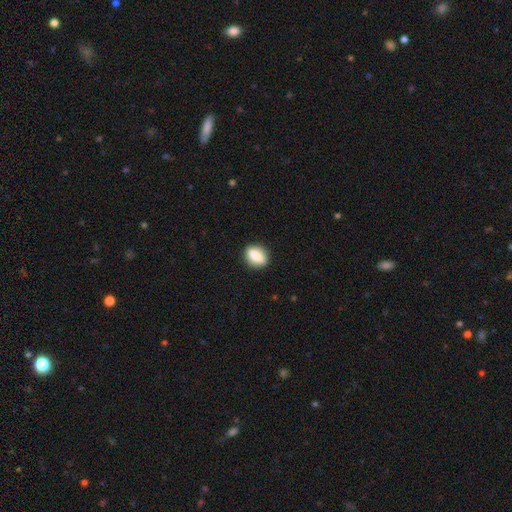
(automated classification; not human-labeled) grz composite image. It shows a smooth galaxy with no disk features (77%) that is in between round and cigar-shaped (59%). Merging: none (87%).